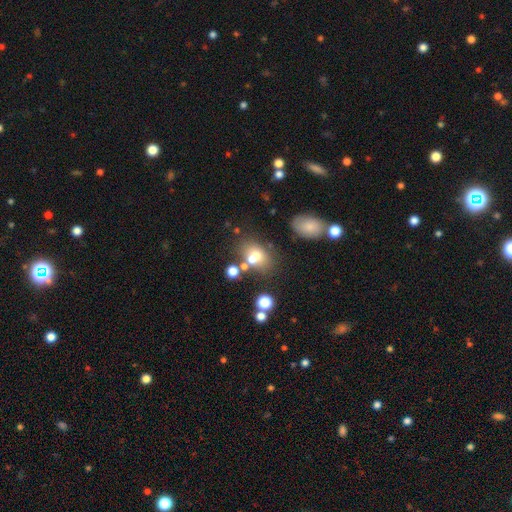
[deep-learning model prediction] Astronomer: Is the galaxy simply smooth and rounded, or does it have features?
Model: smooth — 64%.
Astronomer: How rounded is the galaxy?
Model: in between — 63%.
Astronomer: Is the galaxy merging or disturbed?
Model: none — 46% (runner-up: merger, 33%).